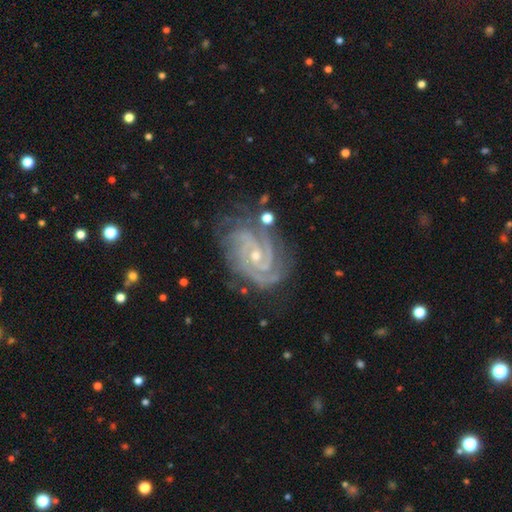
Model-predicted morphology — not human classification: The model was most divided on "spiral arm count": 3: 31%, 2: 30%, 4: 16%, can't tell: 11%, more than 4: 6%, 1: 6%. More confident: spiral arms — yes (99%); edge-on disk — no (97%); smooth or featured — featured or disk (92%); spiral winding — tight (74%); merging — none (71%); bulge size — small (69%); bar — no (52%).